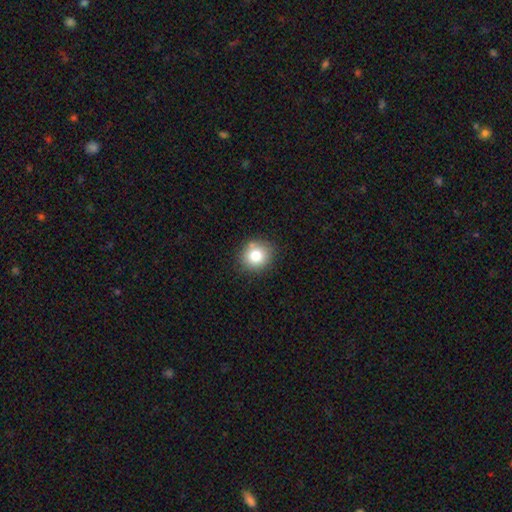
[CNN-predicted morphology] Q: Smooth or featured?
A: smooth (80%); runner-up: star or artifact (11%)
Q: How rounded?
A: round (80%); runner-up: in between (19%)
Q: Merging?
A: none (81%); runner-up: minor disturbance (13%)